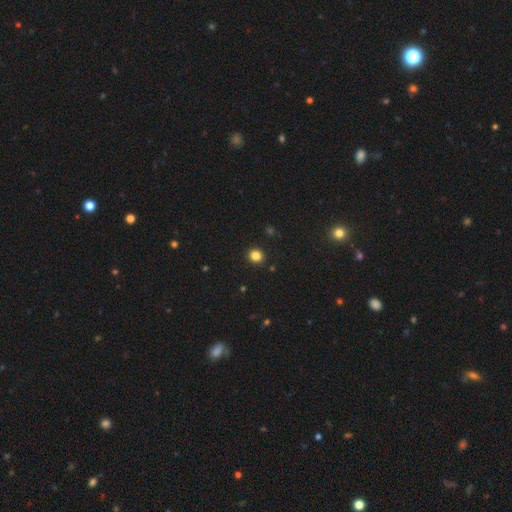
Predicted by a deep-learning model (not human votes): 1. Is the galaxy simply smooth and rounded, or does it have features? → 83% smooth, 13% star or artifact, 4% featured or disk.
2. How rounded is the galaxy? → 84% round, 15% in between, 1% cigar-shaped.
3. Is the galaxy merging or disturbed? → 92% none, 5% minor disturbance, 2% major disturbance, 1% merger.